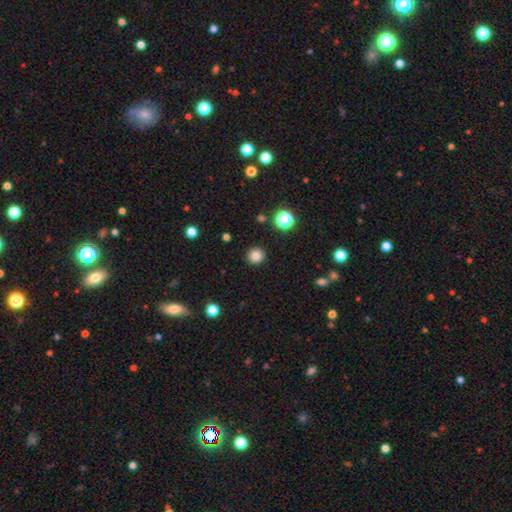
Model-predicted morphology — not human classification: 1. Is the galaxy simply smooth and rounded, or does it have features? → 83% smooth, 13% star or artifact, 5% featured or disk.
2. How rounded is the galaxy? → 95% round, 5% in between, 1% cigar-shaped.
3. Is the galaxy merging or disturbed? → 92% none, 5% minor disturbance, 2% major disturbance, 1% merger.